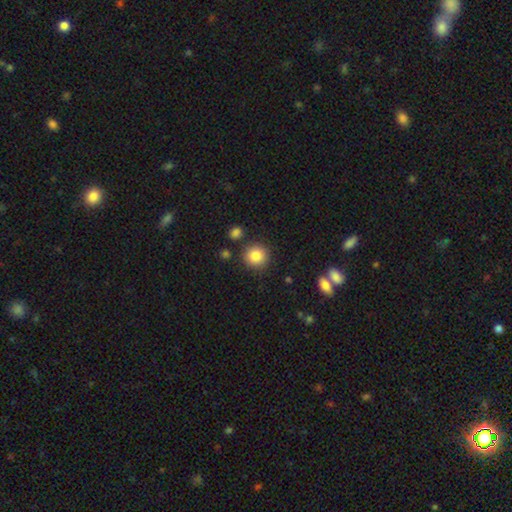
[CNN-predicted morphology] smooth 85%, star or artifact 9%, featured or disk 6%. Down the decision tree: how rounded — round (92%); merging — none (86%).